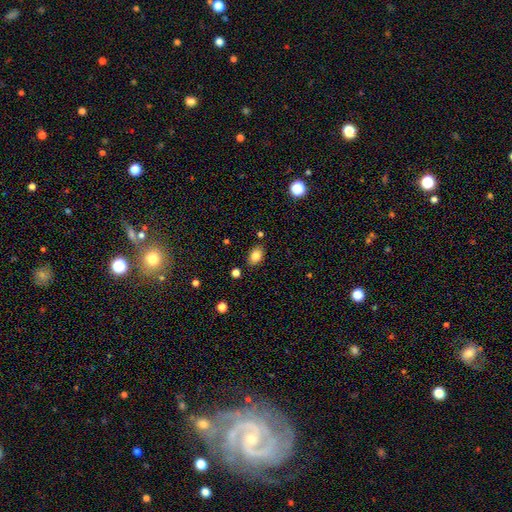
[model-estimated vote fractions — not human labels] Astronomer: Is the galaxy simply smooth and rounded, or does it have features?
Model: smooth — 83%.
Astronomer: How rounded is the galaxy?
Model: in between — 82%.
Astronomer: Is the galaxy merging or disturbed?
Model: none — 81%.